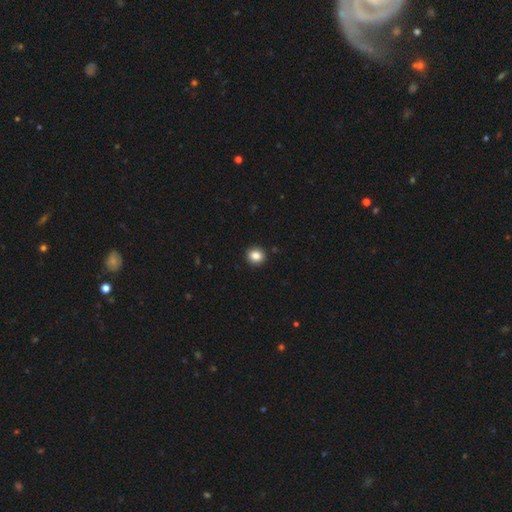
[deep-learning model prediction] Smooth or featured: smooth — 85% (star or artifact — 9%)
How rounded: round — 81% (in between — 18%)
Merging: none — 92% (minor disturbance — 6%)